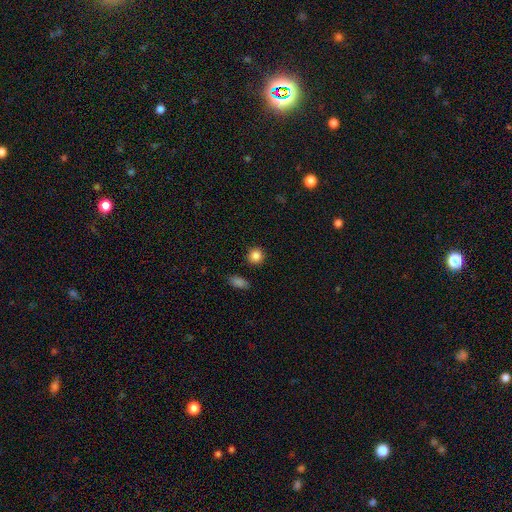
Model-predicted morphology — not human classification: Smooth or featured? smooth (86%)
How rounded? round (92%)
Merging? none (90%)